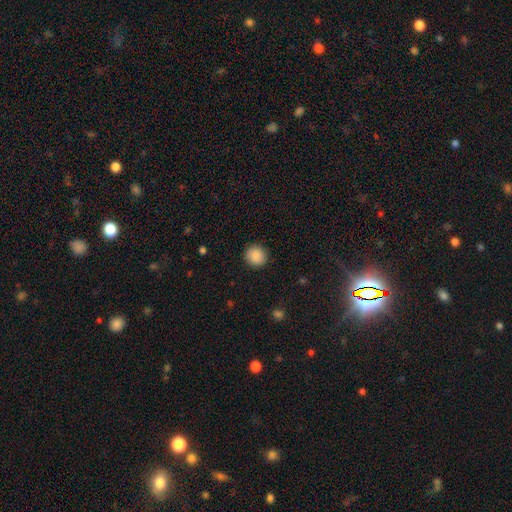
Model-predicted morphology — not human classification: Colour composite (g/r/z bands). It shows a smooth galaxy with no disk features (89%) that is round (89%). Merging: none (90%).